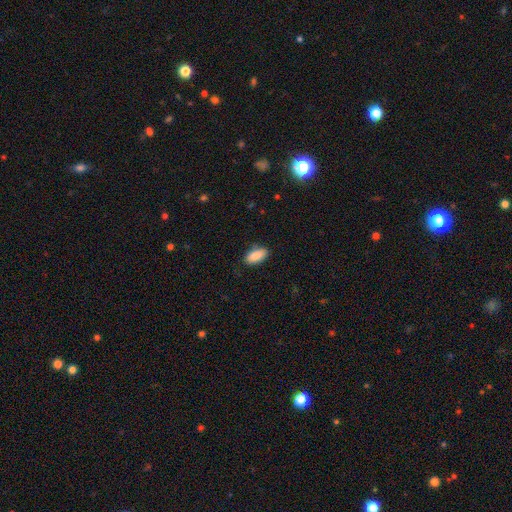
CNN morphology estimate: A smooth galaxy with no disk features (88%) that is in between round and cigar-shaped (92%). Merging: none (82%).